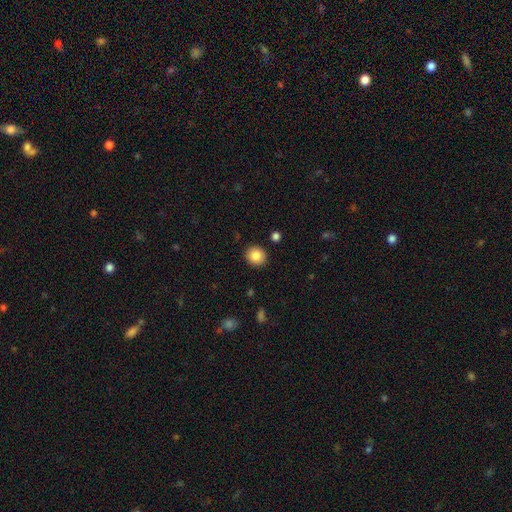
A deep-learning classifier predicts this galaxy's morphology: smooth 85%, star or artifact 9%, featured or disk 6%. Down the decision tree: how rounded — round (84%); merging — none (91%).